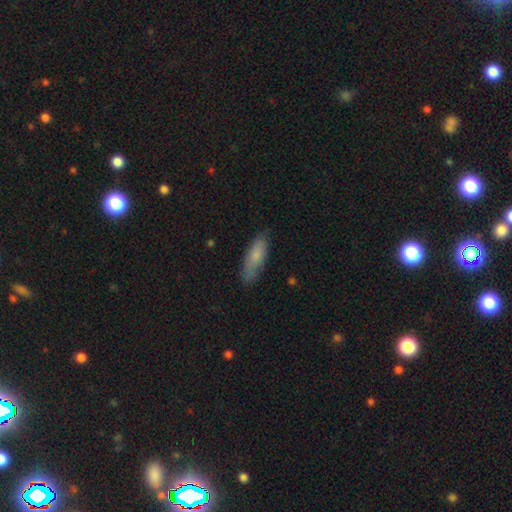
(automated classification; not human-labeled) Smooth or featured: smooth — 77% (featured or disk — 17%)
How rounded: in between — 51% (cigar-shaped — 47%)
Merging: none — 76% (minor disturbance — 19%)